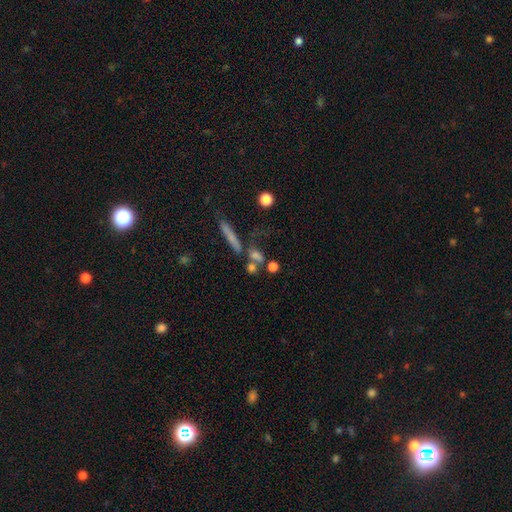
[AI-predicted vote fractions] Overall: smooth (62%). How rounded: round (37%; cigar-shaped 33%). Merging: none (47%; merger 30%).